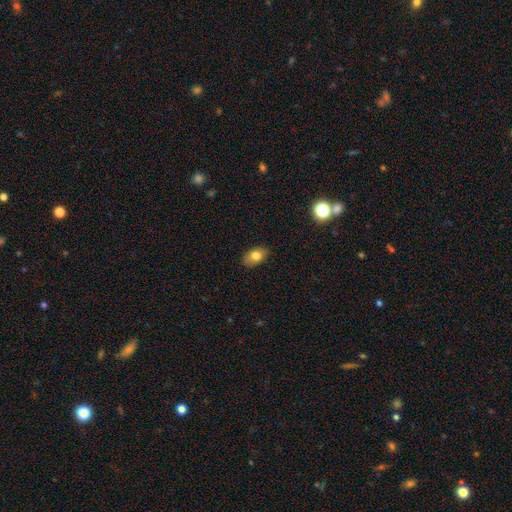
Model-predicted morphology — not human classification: A smooth galaxy with no disk features (78%) that is in between round and cigar-shaped (88%). Merging: none (83%).